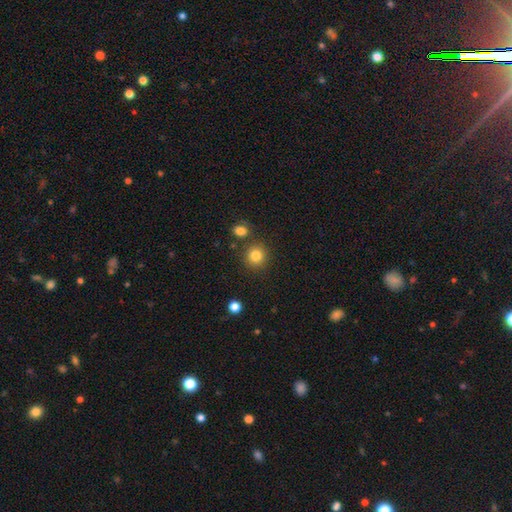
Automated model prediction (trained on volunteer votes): Morphology: type=smooth (83%); roundness=round (90%); merging=none (84%).